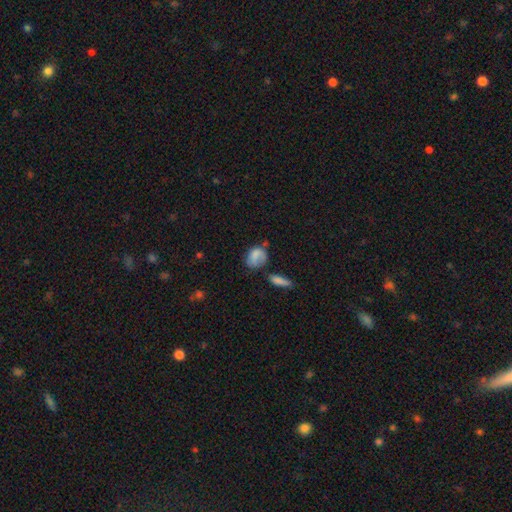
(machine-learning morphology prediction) type=smooth (75%); roundness=in between (60%); merging=none (44%).